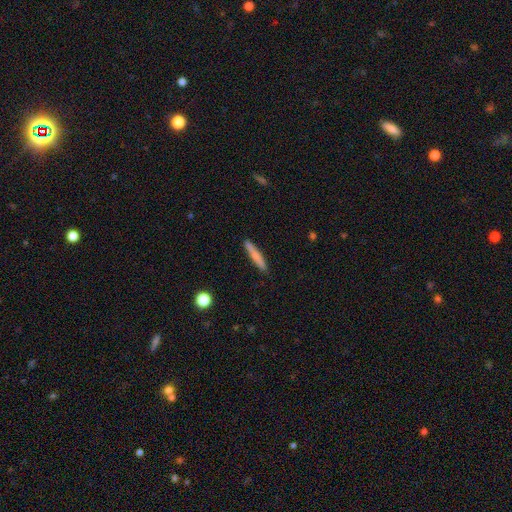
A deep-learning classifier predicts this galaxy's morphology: This appears to be a smooth galaxy with no disk features (70%) that is cigar-shaped (94%). Merging: none (90%).